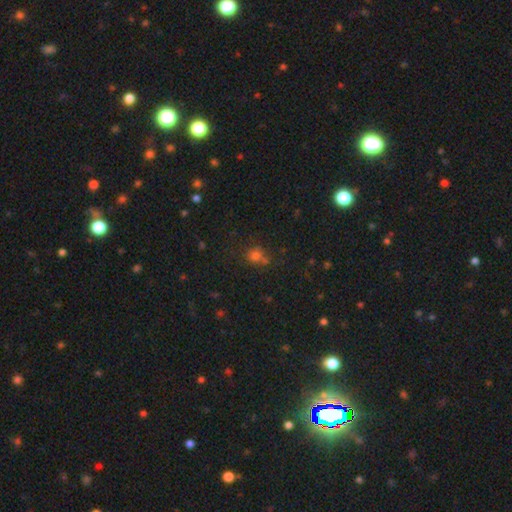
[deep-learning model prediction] Smooth or featured? Predicted: smooth (p=0.66). How rounded? Predicted: round (p=0.82). Merging? Predicted: none (p=0.62).